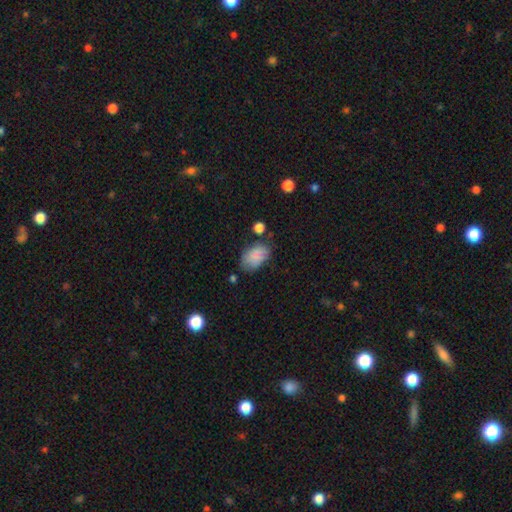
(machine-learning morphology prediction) smooth 86%, star or artifact 7%, featured or disk 7%. Down the decision tree: how rounded — in between (91%); merging — none (66%).